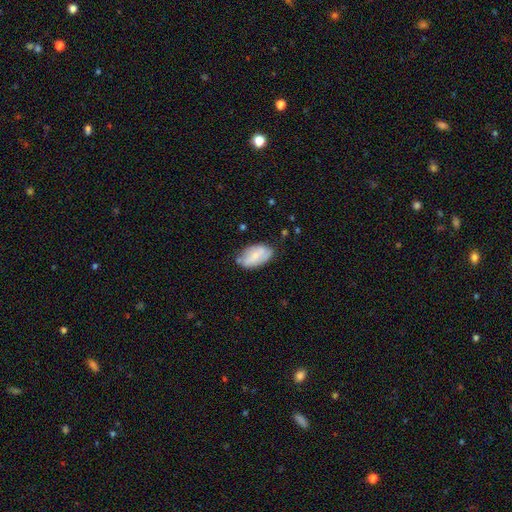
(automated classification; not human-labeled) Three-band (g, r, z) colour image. It shows a smooth galaxy with no disk features (63%) that is in between round and cigar-shaped (93%). Merging: none (65%).